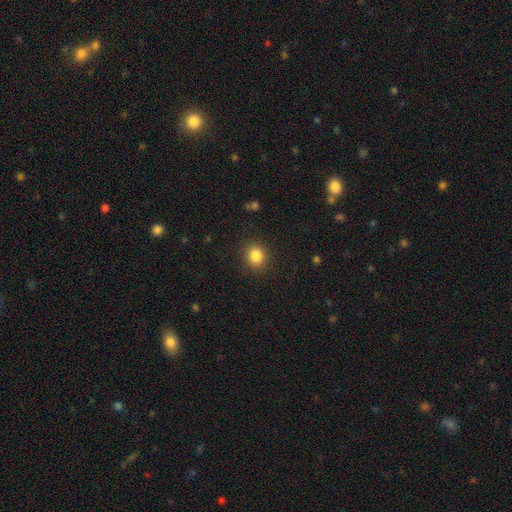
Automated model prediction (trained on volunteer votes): Overall: smooth (85%). How rounded: round (73%). Merging: none (88%).